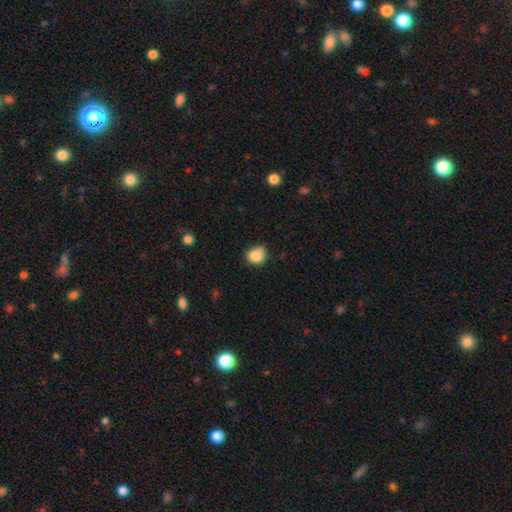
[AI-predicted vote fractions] A smooth galaxy with no disk features (85%) that is round (77%).

Vote fractions:
- Smooth or featured? smooth: 85% / star or artifact: 10% / featured or disk: 6%
- How rounded? round: 77% / in between: 22% / cigar-shaped: 1%
- Merging? none: 62% / minor disturbance: 29% / major disturbance: 5% / merger: 5%